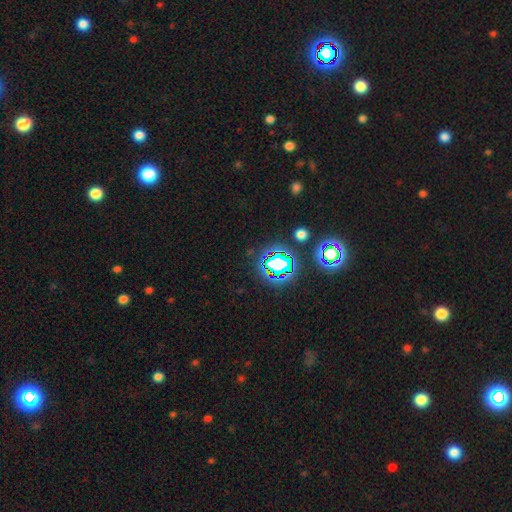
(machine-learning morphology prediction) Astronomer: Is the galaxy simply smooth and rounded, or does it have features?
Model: star or artifact — 81%.